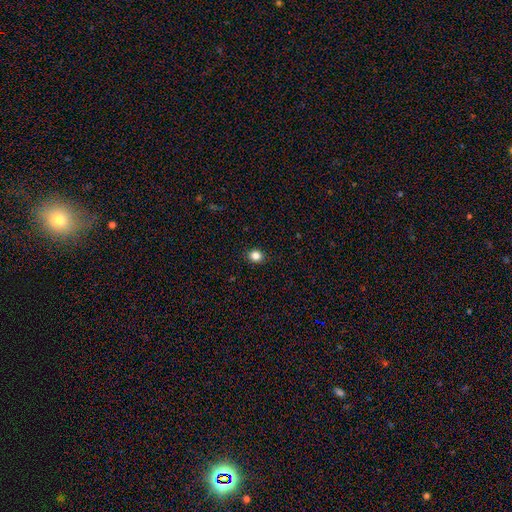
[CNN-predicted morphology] The model was most divided on "how rounded": round: 76%, in between: 23%, cigar-shaped: 1%. More confident: merging — none (92%); smooth or featured — smooth (83%).